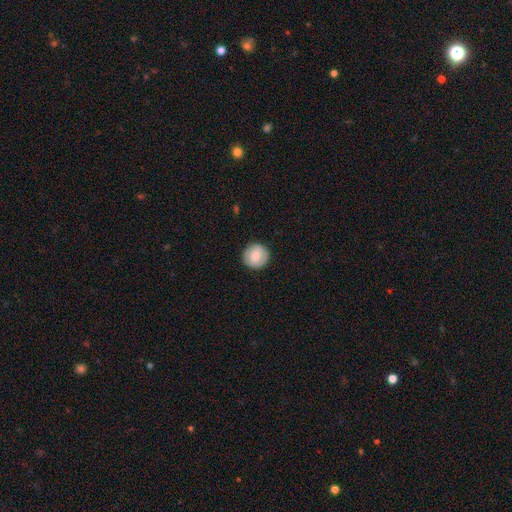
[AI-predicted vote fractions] Overall: smooth (76%). How rounded: round (95%). Merging: none (89%).